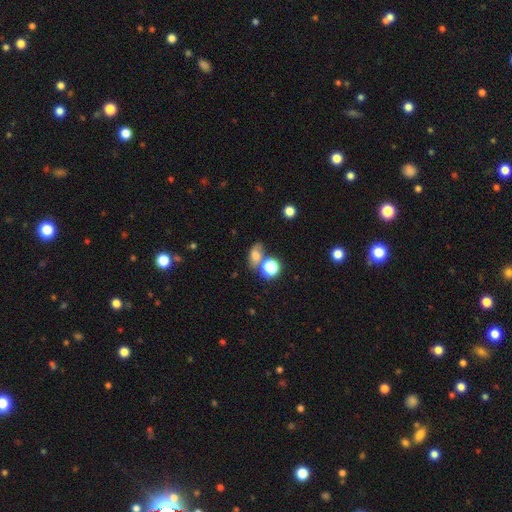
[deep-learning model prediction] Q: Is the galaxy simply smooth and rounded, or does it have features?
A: smooth — 62%.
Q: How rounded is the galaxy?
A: in between — 69%.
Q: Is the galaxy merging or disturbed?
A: none — 52%.